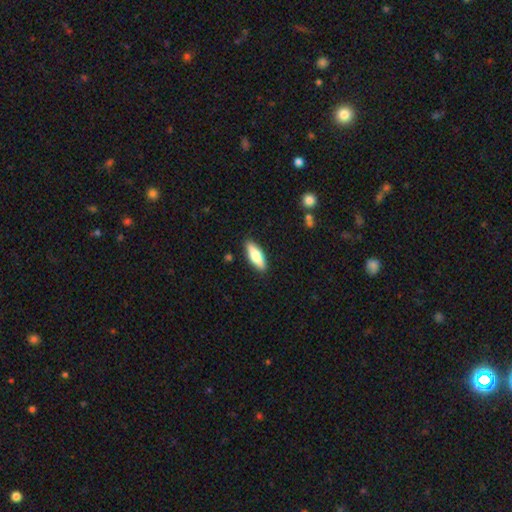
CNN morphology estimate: Smooth or featured? Predicted: smooth (p=0.66). How rounded? Predicted: in between (p=0.57). Merging? Predicted: none (p=0.88).